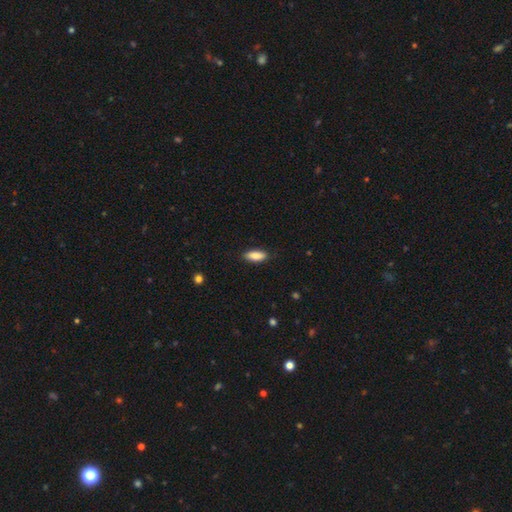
Morphology: type=smooth (86%); roundness=in between (81%); merging=none (94%).